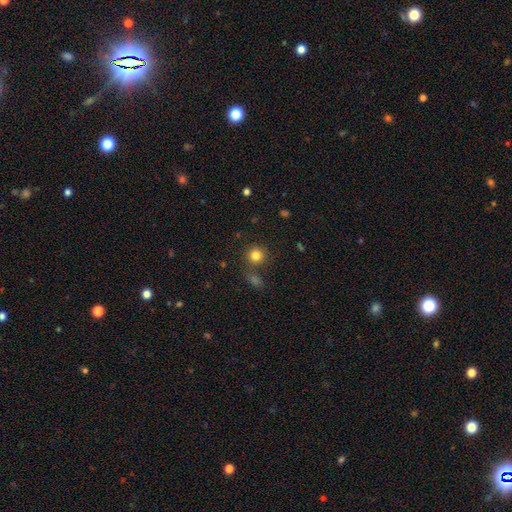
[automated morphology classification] smooth_or_featured: smooth (p=0.82) [alt: star or artifact p=0.12]
how_rounded: round (p=0.91) [alt: in between p=0.08]
merging: none (p=0.76) [alt: merger p=0.11]